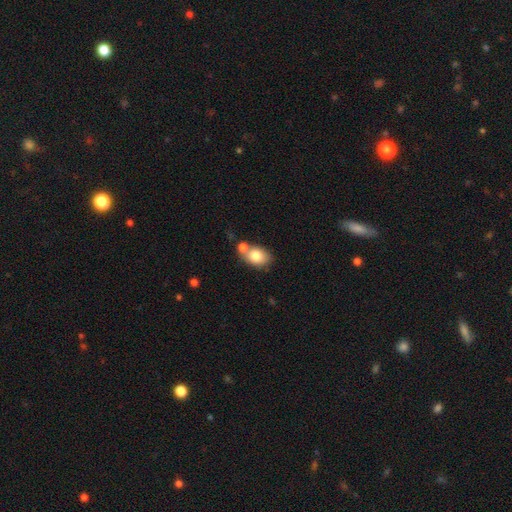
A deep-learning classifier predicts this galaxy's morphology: Overall: smooth (78%). How rounded: in between (73%). Merging: none (49%; merger 32%).